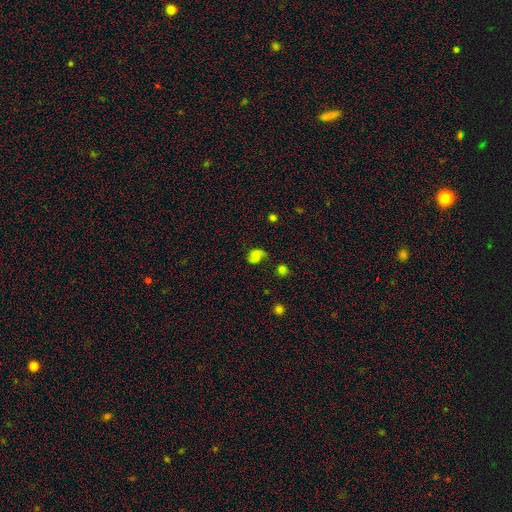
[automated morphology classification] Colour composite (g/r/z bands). It shows a smooth galaxy with no disk features (50%) that is in between round and cigar-shaped (55%). Merging: none (58%).